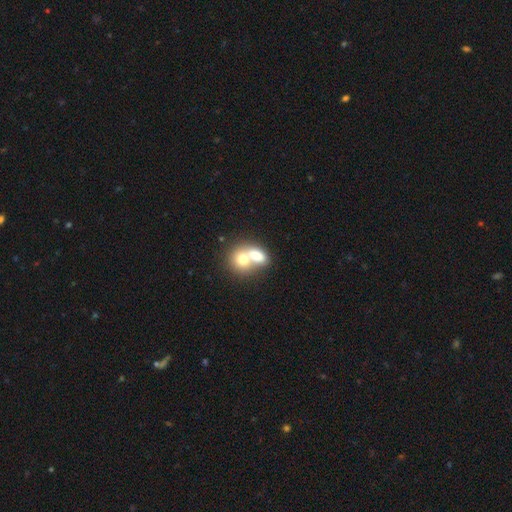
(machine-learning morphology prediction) Overall: smooth (70%). How rounded: in between (59%; round 39%). Merging: merger (72%).